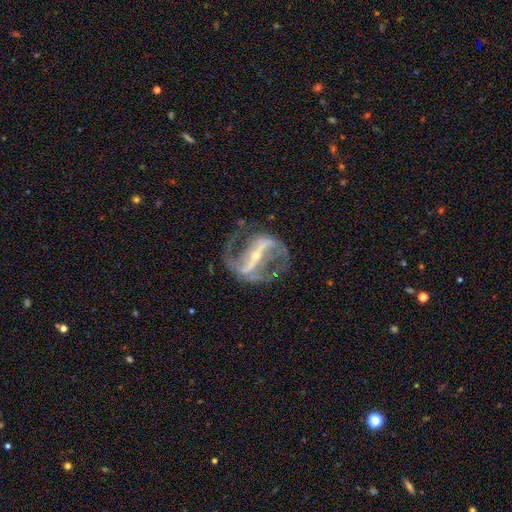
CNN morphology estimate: This is clearly a featured or disk galaxy (92%). It is clearly not viewed edge-on (95%). Bar: likely strong (79%). Spiral arm pattern: clearly yes (95%). Spiral arm count: clearly 2 (92%). Spiral winding: possibly medium (47%). Central bulge: likely small (75%). Merging: likely none (69%).